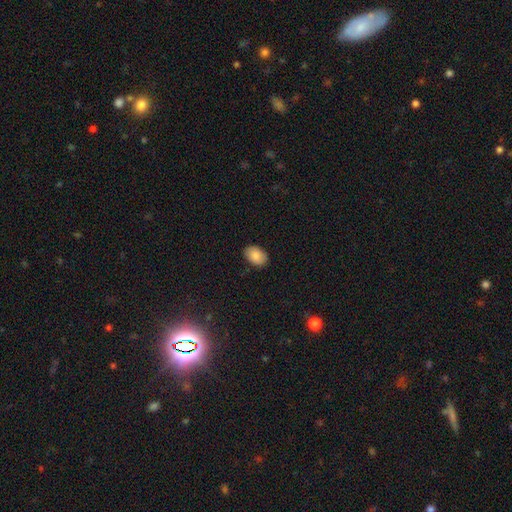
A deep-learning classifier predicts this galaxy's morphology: smooth_or_featured: smooth (p=0.87) [alt: star or artifact p=0.07]
how_rounded: in between (p=0.85) [alt: round p=0.14]
merging: none (p=0.87) [alt: minor disturbance p=0.10]